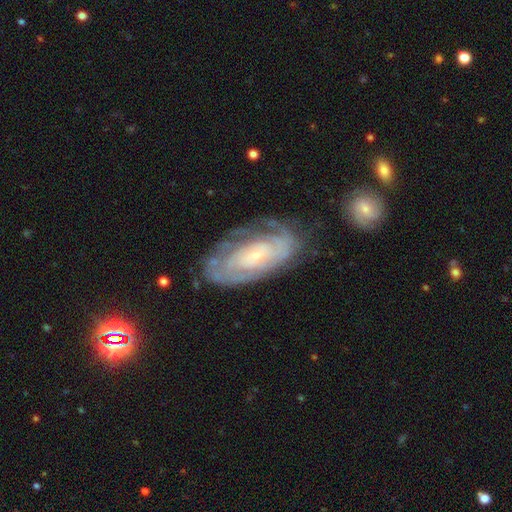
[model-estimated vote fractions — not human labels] This appears to be a featured or disk galaxy (80%) with no bar (67%), tight (72%) spiral arms (90%) and a small central bulge (78%). Merging: none (68%).